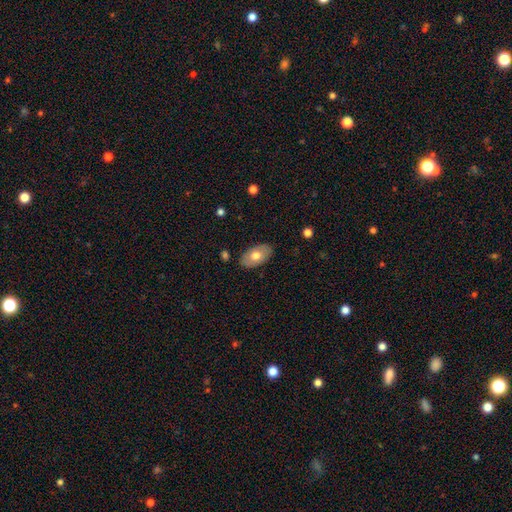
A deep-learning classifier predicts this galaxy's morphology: A smooth galaxy with no disk features (65%) that is in between round and cigar-shaped (94%). Merging: none (85%).